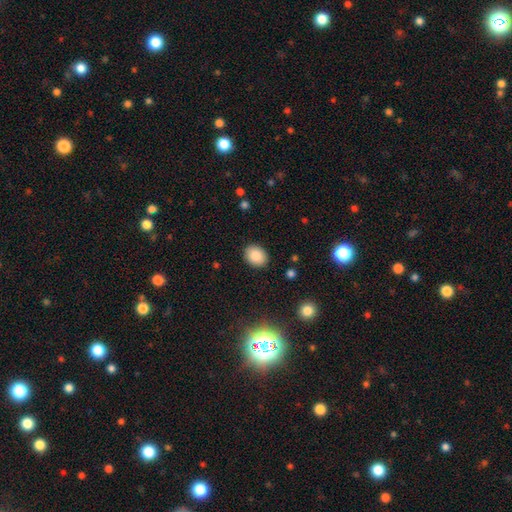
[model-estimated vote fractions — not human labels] A smooth galaxy with no disk features (87%) that is in between round and cigar-shaped (59%).

Vote fractions:
- Smooth or featured? smooth: 87% / star or artifact: 9% / featured or disk: 4%
- How rounded? in between: 59% / round: 40% / cigar-shaped: 1%
- Merging? none: 89% / minor disturbance: 8% / major disturbance: 2% / merger: 1%